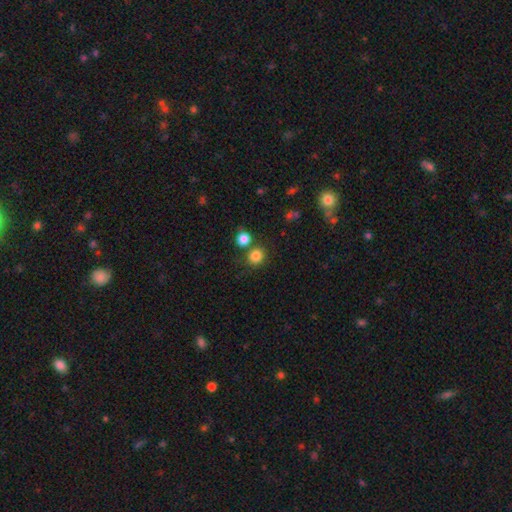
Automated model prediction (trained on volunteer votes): smooth_or_featured: smooth (p=0.83) [alt: star or artifact p=0.12]
how_rounded: round (p=0.87) [alt: in between p=0.12]
merging: none (p=0.72) [alt: merger p=0.17]